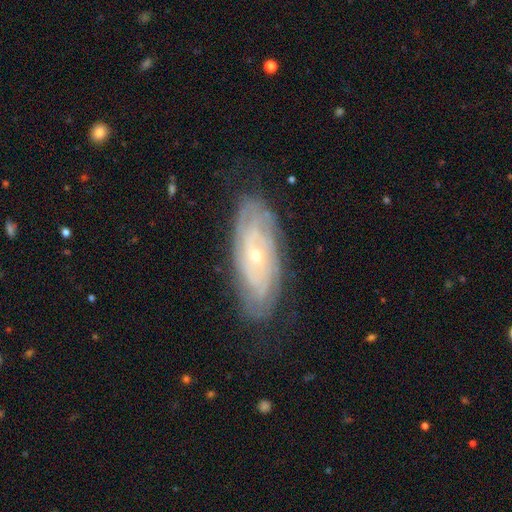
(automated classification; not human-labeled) smooth_or_featured: featured or disk (p=0.79) [alt: smooth p=0.14]
disk_edge_on: no (p=0.88) [alt: yes p=0.12]
bar: no (p=0.70) [alt: weak p=0.24]
has_spiral_arms: yes (p=0.92) [alt: no p=0.08]
spiral_winding: tight (p=0.75) [alt: medium p=0.20]
spiral_arm_count: can't tell (p=0.52) [alt: 2 p=0.16]
bulge_size: small (p=0.67) [alt: moderate p=0.30]
merging: none (p=0.78) [alt: minor disturbance p=0.16]